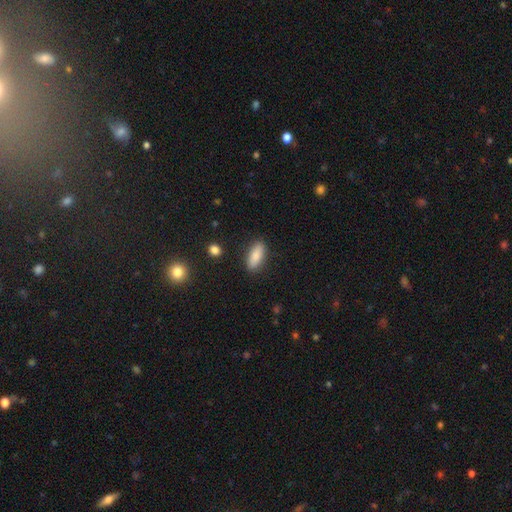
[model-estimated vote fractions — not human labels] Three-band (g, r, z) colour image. It shows a smooth galaxy with no disk features (85%) that is in between round and cigar-shaped (74%). Merging: none (87%).